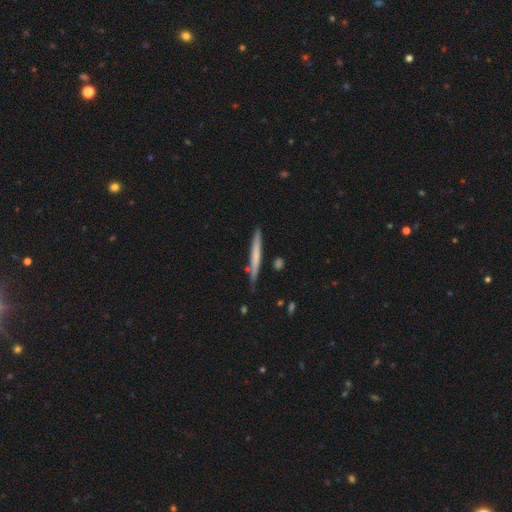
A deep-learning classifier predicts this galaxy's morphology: A smooth galaxy with no disk features (57%) that is cigar-shaped (96%). Merging: none (81%).